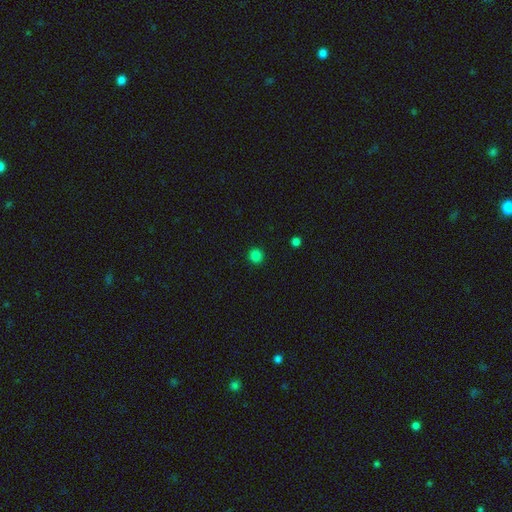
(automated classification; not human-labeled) smooth_or_featured: smooth (p=0.84) [alt: star or artifact p=0.14]
how_rounded: round (p=0.93) [alt: in between p=0.06]
merging: none (p=0.92) [alt: minor disturbance p=0.05]